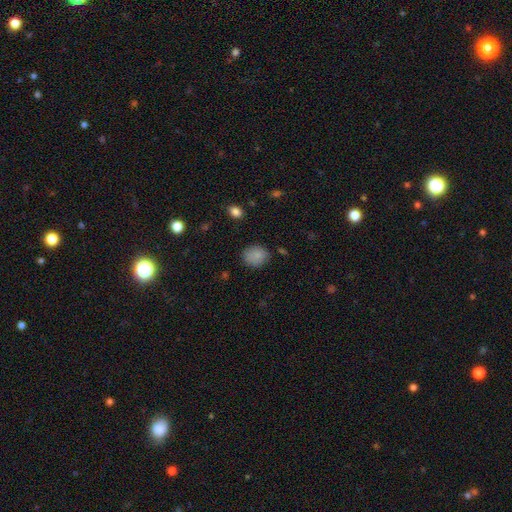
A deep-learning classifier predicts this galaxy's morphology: smooth_or_featured: smooth (p=0.85) [alt: star or artifact p=0.09]
how_rounded: round (p=0.63) [alt: in between p=0.36]
merging: none (p=0.79) [alt: minor disturbance p=0.15]